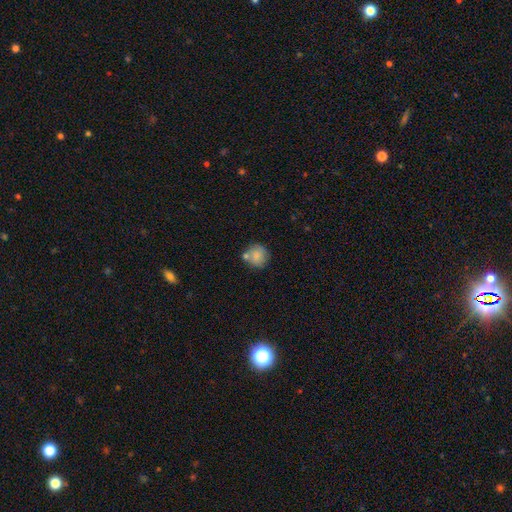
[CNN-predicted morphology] This appears to be a smooth galaxy with no disk features (81%) that is round (90%). Merging: none (61%).